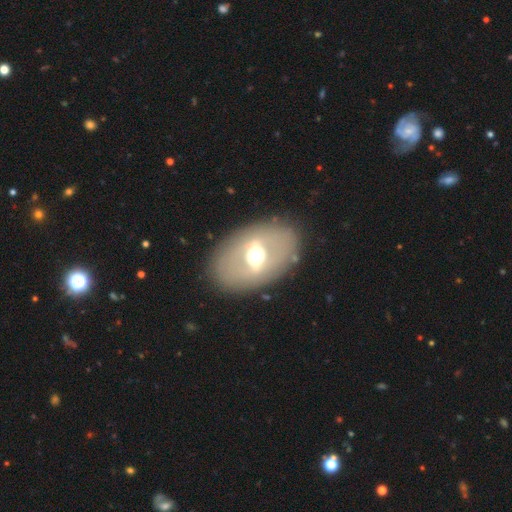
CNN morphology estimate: The model was most divided on "smooth or featured": featured or disk: 58%, smooth: 33%, star or artifact: 8%. More confident: edge-on disk — no (84%); merging — none (81%).